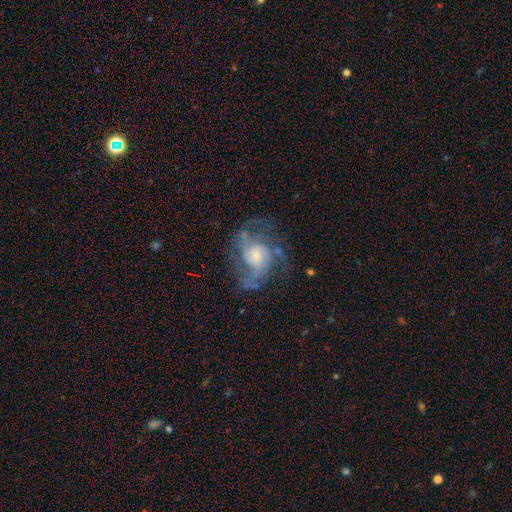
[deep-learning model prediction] Smooth or featured: featured or disk — 83% (smooth — 10%)
Edge-on disk: no — 97% (yes — 3%)
Bar: no — 66% (weak — 29%)
Spiral arms: yes — 93% (no — 7%)
Spiral winding: medium — 50% (tight — 33%)
Spiral arm count: 2 — 37% (can't tell — 22%)
Bulge size: small — 44% (moderate — 37%)
Merging: none — 64% (minor disturbance — 18%)